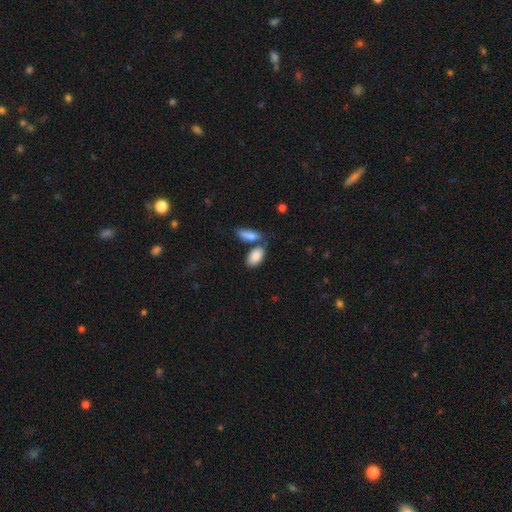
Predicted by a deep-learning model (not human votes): Smooth or featured? Predicted: smooth (p=0.86). How rounded? Predicted: in between (p=0.93). Merging? Predicted: none (p=0.52).